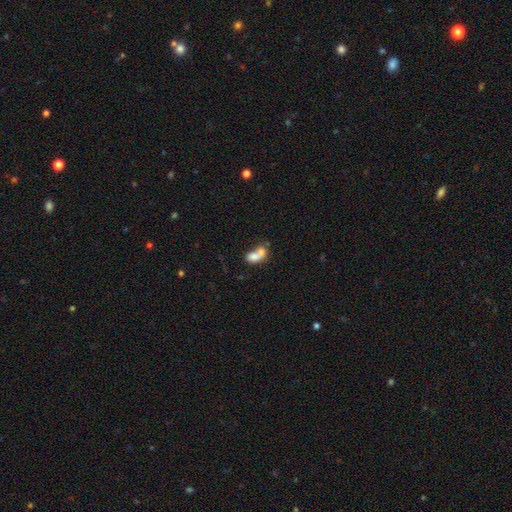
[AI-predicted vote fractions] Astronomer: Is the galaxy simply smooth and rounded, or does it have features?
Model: smooth — 70%.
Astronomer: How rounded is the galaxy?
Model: in between — 82%.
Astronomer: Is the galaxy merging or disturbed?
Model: merger — 58%.